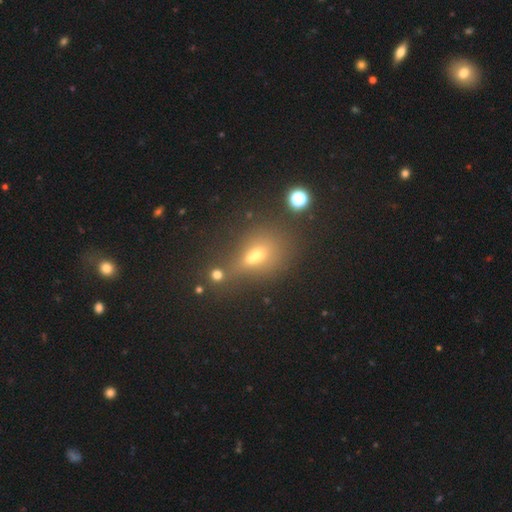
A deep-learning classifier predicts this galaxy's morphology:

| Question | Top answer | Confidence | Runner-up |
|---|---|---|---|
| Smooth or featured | smooth | 53% | star or artifact (31%) |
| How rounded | in between | 61% | round (32%) |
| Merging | none | 58% | merger (18%) |